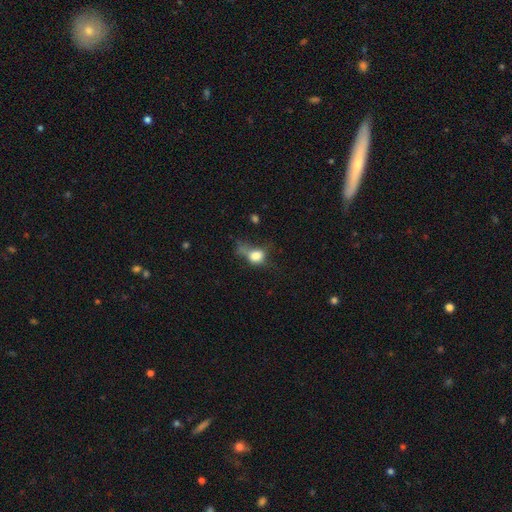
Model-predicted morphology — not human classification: Q: Smooth or featured?
A: smooth (72%); runner-up: featured or disk (16%)
Q: How rounded?
A: round (53%); runner-up: in between (44%)
Q: Merging?
A: major disturbance (39%); runner-up: none (28%)